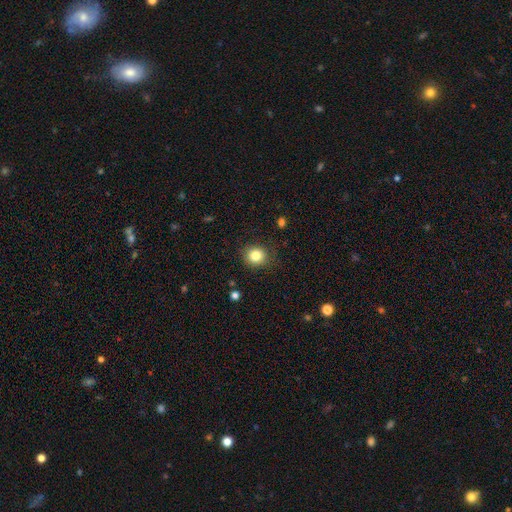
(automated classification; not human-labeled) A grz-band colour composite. It shows a smooth galaxy with no disk features (83%) that is round (81%). Merging: none (82%).